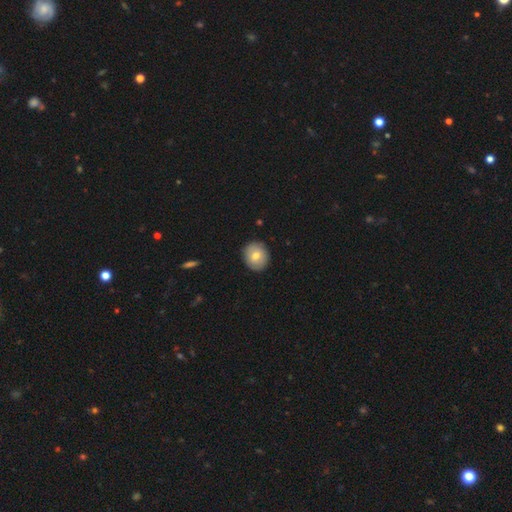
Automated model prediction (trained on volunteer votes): Morphology: type=smooth (73%); roundness=round (84%); merging=none (89%).